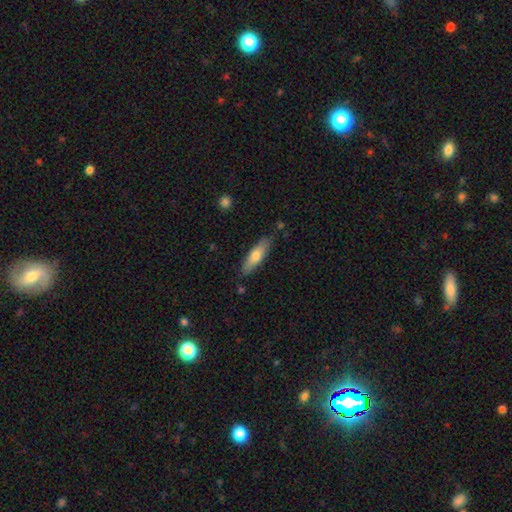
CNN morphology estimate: A smooth galaxy with no disk features (65%) that is cigar-shaped (57%).

Vote fractions:
- Smooth or featured? smooth: 65% / featured or disk: 29% / star or artifact: 6%
- How rounded? cigar-shaped: 57% / in between: 41% / round: 2%
- Merging? none: 83% / minor disturbance: 13% / major disturbance: 2% / merger: 2%